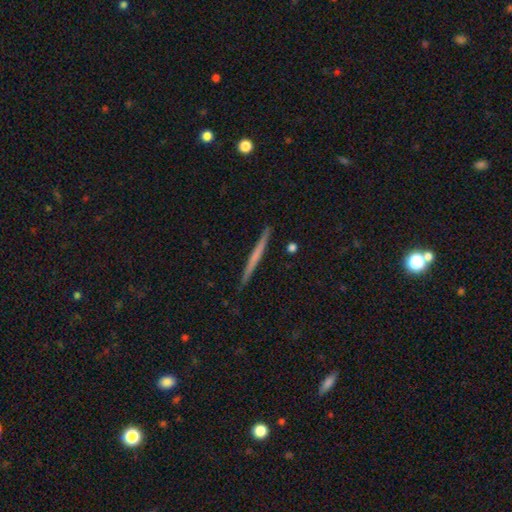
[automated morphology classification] type=featured or disk (48%); merging=none (92%).